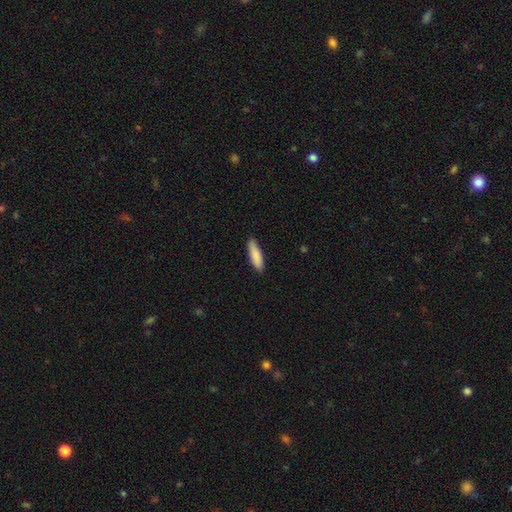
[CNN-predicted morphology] Smooth or featured?
  - smooth: 87% *
  - featured or disk: 7%
  - star or artifact: 6%
How rounded?
  - cigar-shaped: 65% *
  - in between: 33%
  - round: 1%
Merging?
  - none: 87% *
  - minor disturbance: 11%
  - major disturbance: 2%
  - merger: 1%